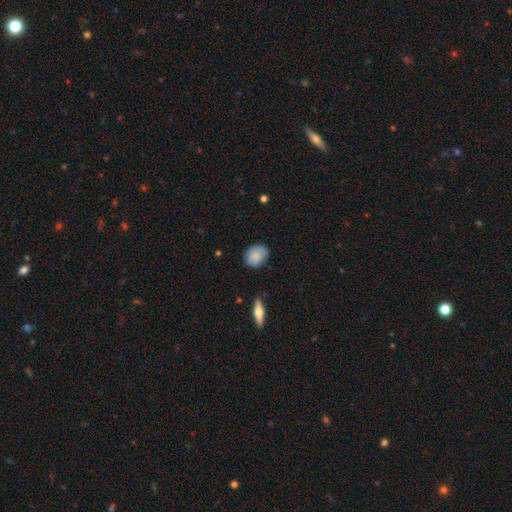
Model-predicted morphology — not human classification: Overall: smooth (83%). How rounded: in between (57%; round 42%). Merging: none (76%).